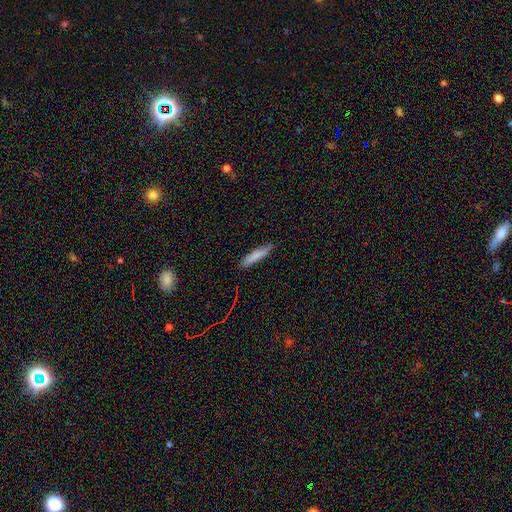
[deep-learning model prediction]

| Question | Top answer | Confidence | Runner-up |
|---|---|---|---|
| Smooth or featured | smooth | 81% | featured or disk (13%) |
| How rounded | cigar-shaped | 85% | in between (14%) |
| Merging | none | 81% | minor disturbance (15%) |